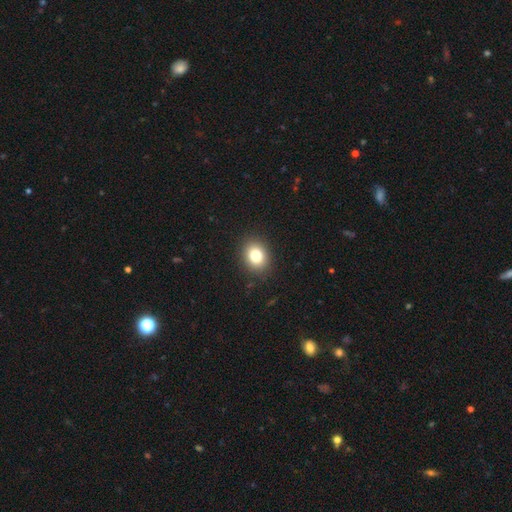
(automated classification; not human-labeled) Q: Smooth or featured?
A: smooth (81%); runner-up: star or artifact (11%)
Q: How rounded?
A: round (55%); runner-up: in between (45%)
Q: Merging?
A: none (89%); runner-up: minor disturbance (7%)